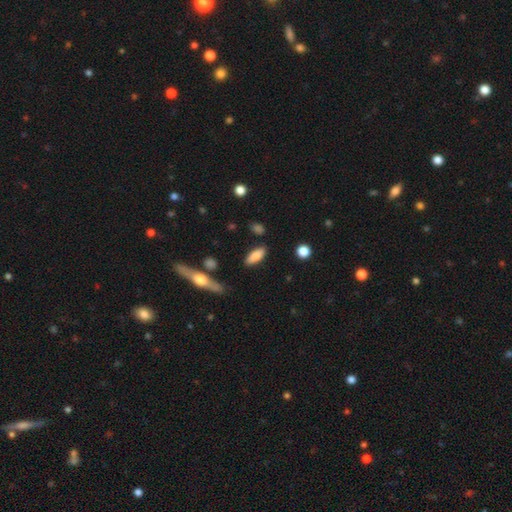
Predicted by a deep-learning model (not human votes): Overall: smooth (80%). How rounded: in between (72%). Merging: none (83%).